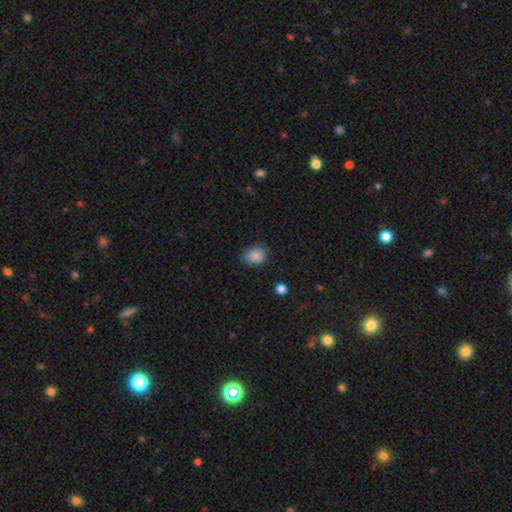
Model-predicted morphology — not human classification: The model was most divided on "how rounded": in between: 50%, round: 49%, cigar-shaped: 1%. More confident: smooth or featured — smooth (86%); merging — none (75%).